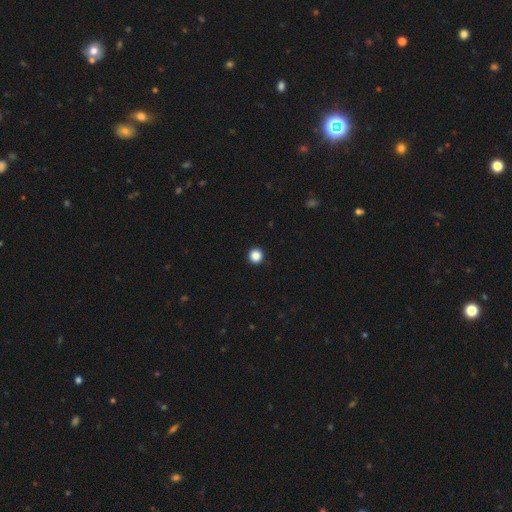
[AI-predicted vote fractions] Q: Smooth or featured?
A: smooth (87%); runner-up: star or artifact (11%)
Q: How rounded?
A: round (96%); runner-up: in between (3%)
Q: Merging?
A: none (94%); runner-up: minor disturbance (4%)